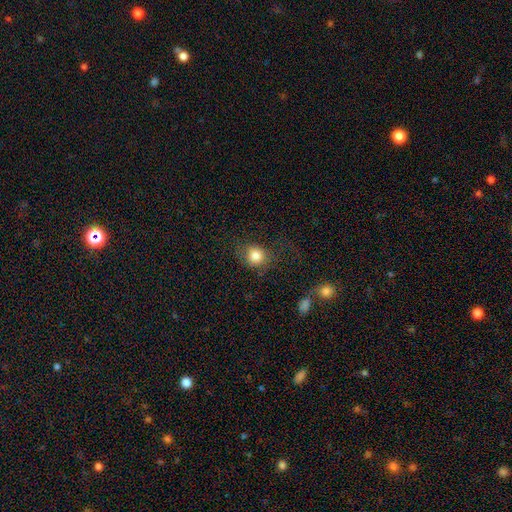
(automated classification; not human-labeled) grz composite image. It shows a smooth galaxy with no disk features (82%) that is round (78%). Merging: none (64%).